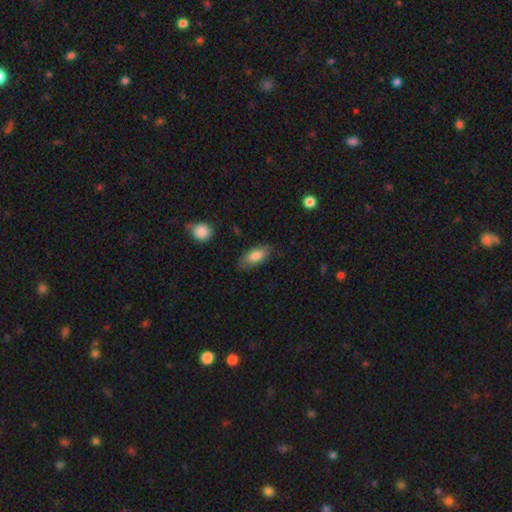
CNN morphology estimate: A smooth galaxy with no disk features (81%) that is in between round and cigar-shaped (84%). Merging: none (76%).